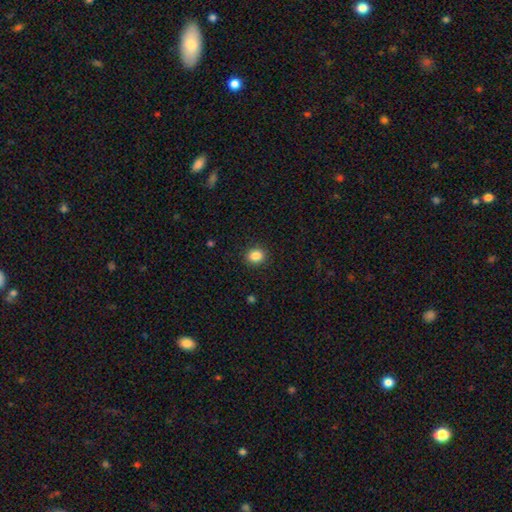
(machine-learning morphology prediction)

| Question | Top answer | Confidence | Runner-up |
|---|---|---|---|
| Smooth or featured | smooth | 86% | star or artifact (10%) |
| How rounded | round | 71% | in between (28%) |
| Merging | none | 90% | minor disturbance (7%) |